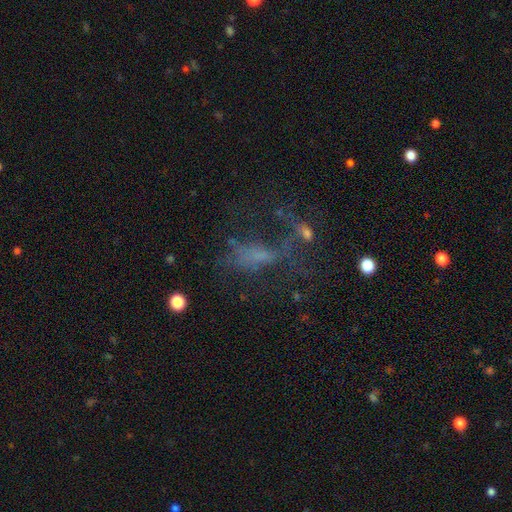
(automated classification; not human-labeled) Morphology: type=featured or disk (41%); merging=major disturbance (45%).